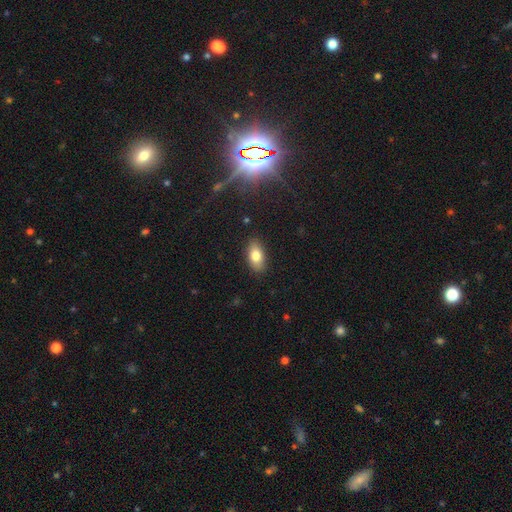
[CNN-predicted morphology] Q: Smooth or featured?
A: smooth (80%); runner-up: featured or disk (12%)
Q: How rounded?
A: in between (90%); runner-up: round (5%)
Q: Merging?
A: none (87%); runner-up: minor disturbance (10%)